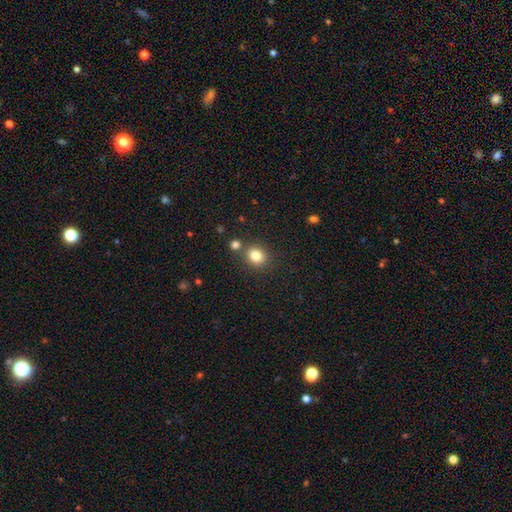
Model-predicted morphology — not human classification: Smooth or featured: smooth — 83% (star or artifact — 11%)
How rounded: round — 69% (in between — 30%)
Merging: none — 77% (merger — 11%)